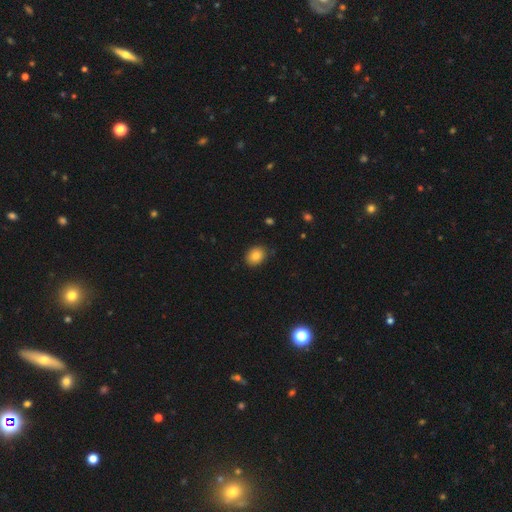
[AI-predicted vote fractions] Smooth or featured? Predicted: smooth (p=0.83). How rounded? Predicted: in between (p=0.52). Merging? Predicted: none (p=0.87).